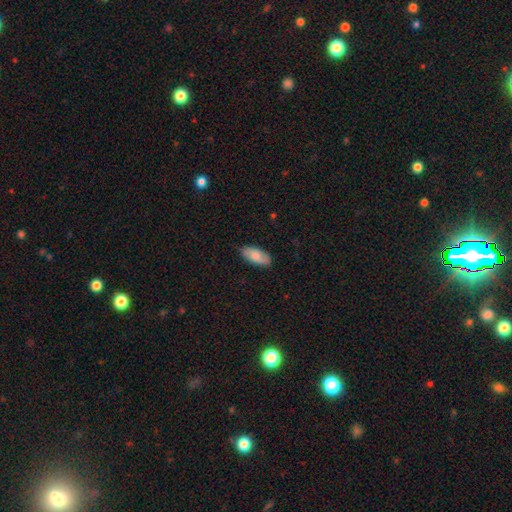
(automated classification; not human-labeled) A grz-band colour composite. It shows a smooth galaxy with no disk features (77%) that is in between round and cigar-shaped (90%). Merging: none (84%).